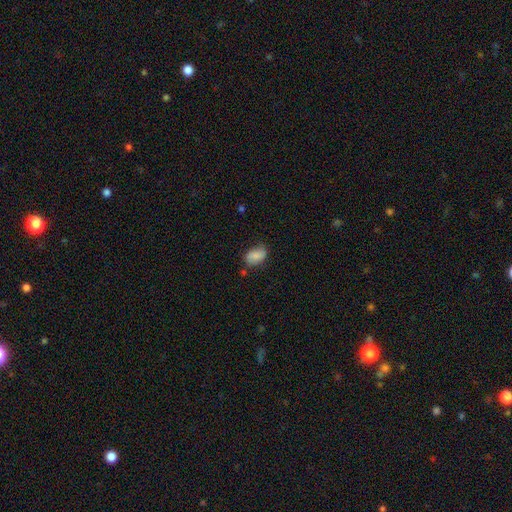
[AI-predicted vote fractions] This appears to be a smooth galaxy with no disk features (79%) that is in between round and cigar-shaped (89%). Merging: none (67%).